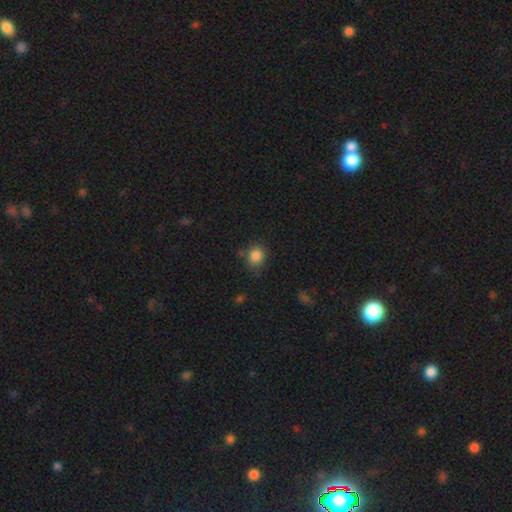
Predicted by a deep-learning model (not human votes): Smooth or featured? Predicted: smooth (p=0.85). How rounded? Predicted: round (p=0.68). Merging? Predicted: none (p=0.73).